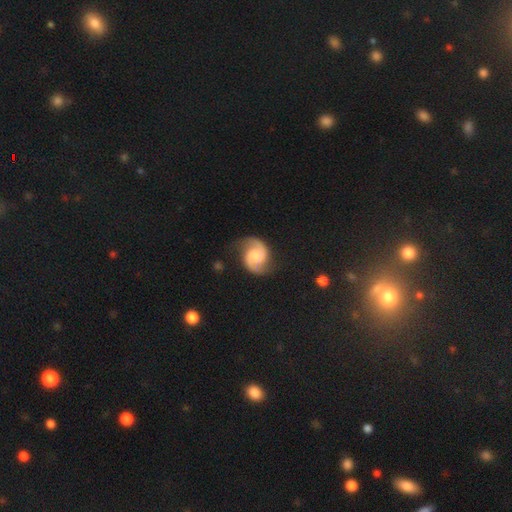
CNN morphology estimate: Overall: featured or disk (85%). Edge-on disk: no (98%). Bar: no (55%; weak 37%). Spiral arms: yes (97%). Spiral arm count: 2 (93%). Spiral winding: medium (51%; loose 31%). Bulge size: moderate (29%, tied with none). Merging: none (74%).